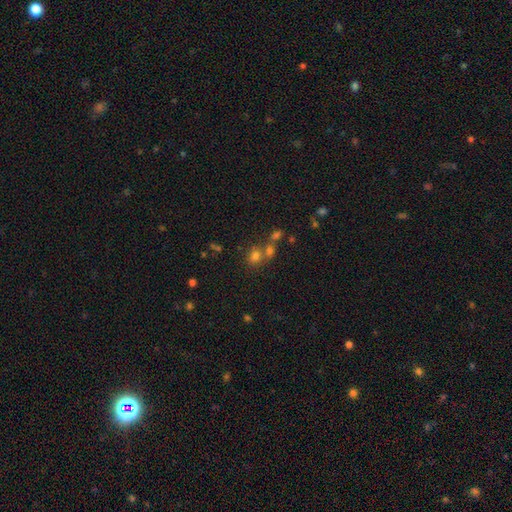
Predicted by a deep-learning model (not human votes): This appears to be a smooth galaxy with no disk features (62%) that is round (75%). Merging: none (51%).